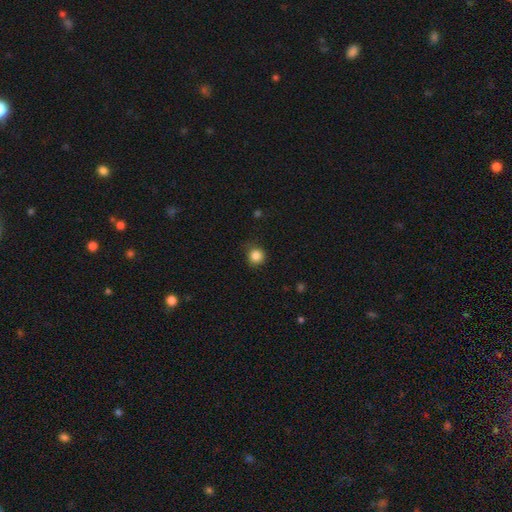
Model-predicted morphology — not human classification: Smooth or featured? smooth (86%)
How rounded? round (93%)
Merging? none (82%)